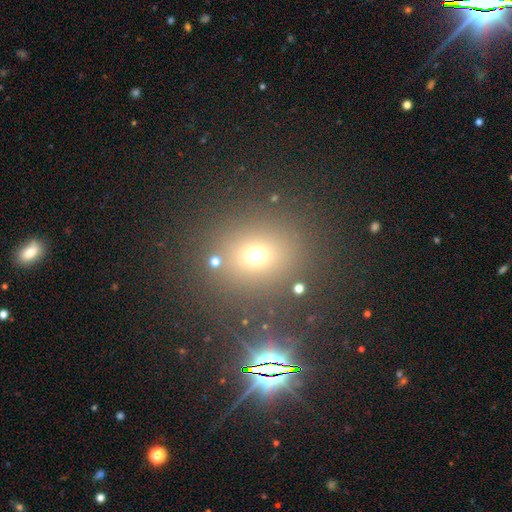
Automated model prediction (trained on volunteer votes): smooth-or-featured: smooth: 63% | star or artifact: 28% | featured or disk: 9%
  how-rounded: round: 77% | in between: 22% | cigar-shaped: 1%
  merging: none: 82% | minor disturbance: 8% | merger: 6% | major disturbance: 4%